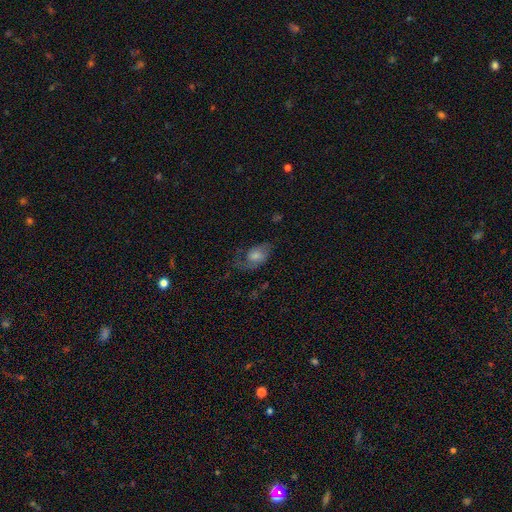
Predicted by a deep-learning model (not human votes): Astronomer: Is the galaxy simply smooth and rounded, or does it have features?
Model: featured or disk — 49% (runner-up: smooth, 42%).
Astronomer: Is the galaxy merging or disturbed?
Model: none — 46% (runner-up: major disturbance, 28%).